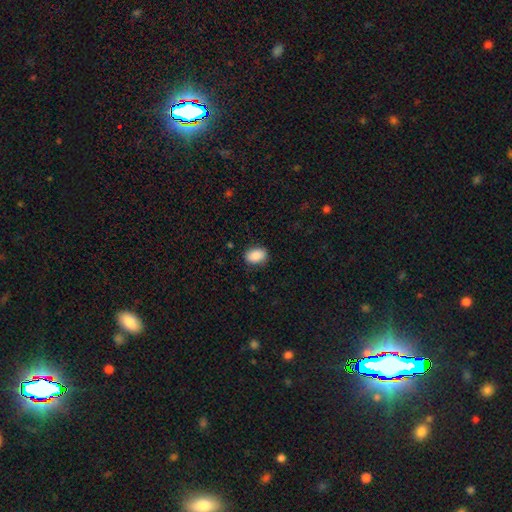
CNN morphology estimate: smooth_or_featured: smooth (p=0.89) [alt: star or artifact p=0.07]
how_rounded: in between (p=0.81) [alt: round p=0.18]
merging: none (p=0.86) [alt: minor disturbance p=0.11]